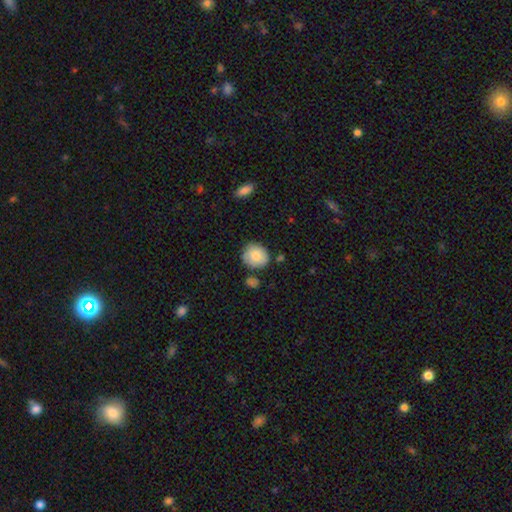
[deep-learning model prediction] Q: Smooth or featured?
A: smooth (79%); runner-up: featured or disk (14%)
Q: How rounded?
A: round (83%); runner-up: in between (16%)
Q: Merging?
A: none (72%); runner-up: minor disturbance (18%)